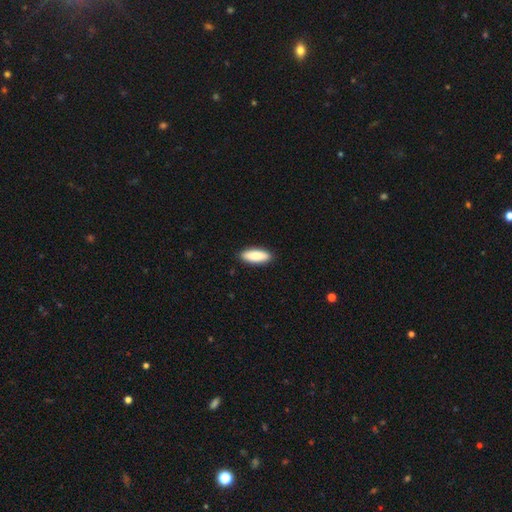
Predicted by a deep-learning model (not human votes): This appears to be a smooth galaxy with no disk features (89%) that is in between round and cigar-shaped (72%). Merging: none (90%).